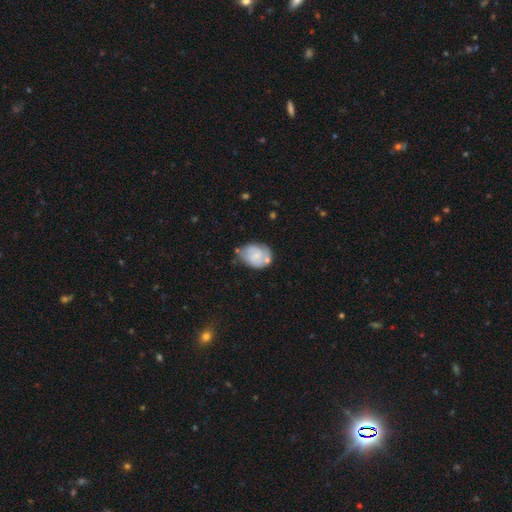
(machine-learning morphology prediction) featured or disk 55%, smooth 38%, star or artifact 7%. Down the decision tree: edge-on disk — no (97%); bar — no (61%); spiral arms — yes (83%); bulge size — small (57%); merging — none (56%).